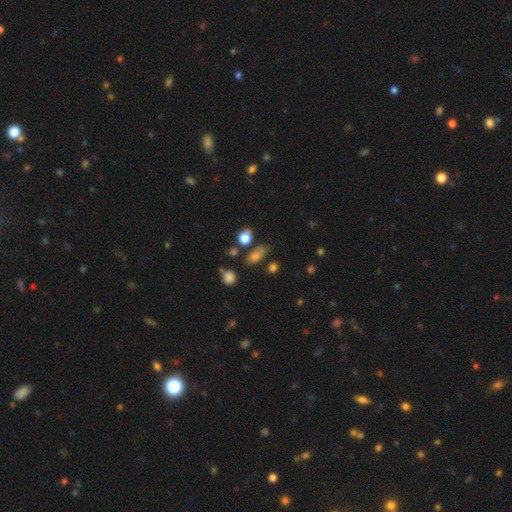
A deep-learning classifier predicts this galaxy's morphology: smooth_or_featured: smooth (p=0.75) [alt: star or artifact p=0.14]
how_rounded: in between (p=0.76) [alt: round p=0.15]
merging: none (p=0.63) [alt: minor disturbance p=0.22]